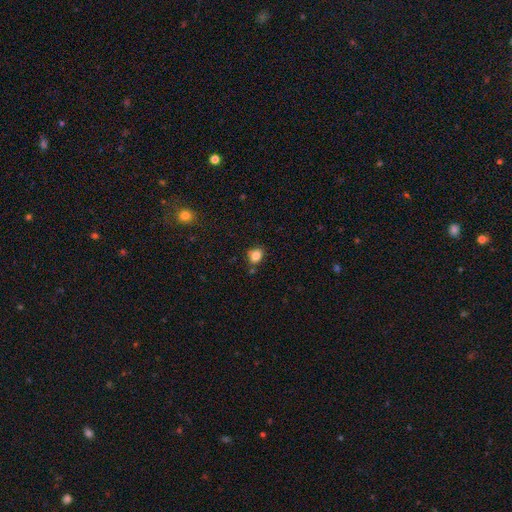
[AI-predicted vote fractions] The model was most divided on "how rounded": round: 51%, in between: 48%, cigar-shaped: 1%. More confident: smooth or featured — smooth (84%); merging — none (74%).